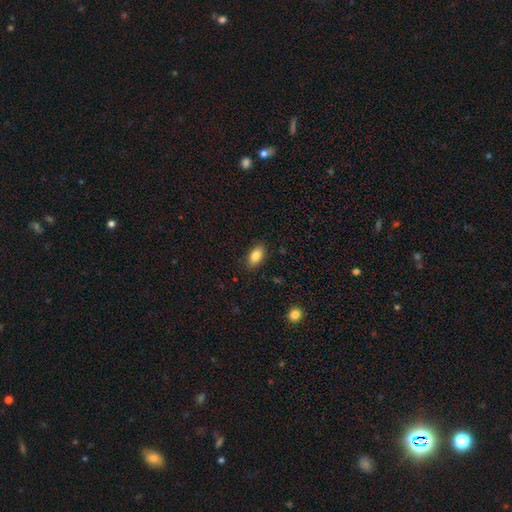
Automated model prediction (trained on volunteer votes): Smooth or featured? smooth (85%)
How rounded? in between (91%)
Merging? none (87%)